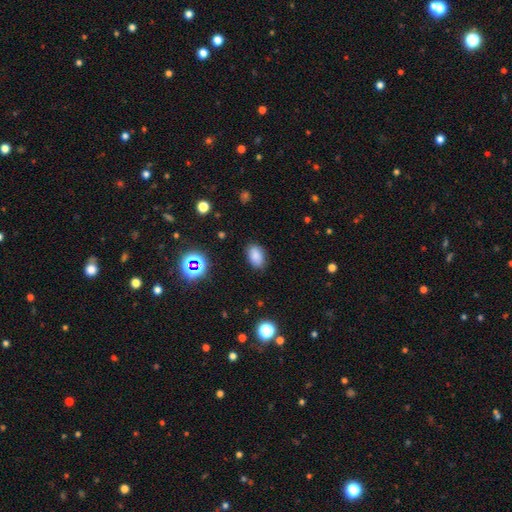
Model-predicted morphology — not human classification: The model was most divided on "smooth or featured": smooth: 82%, star or artifact: 12%, featured or disk: 5%. More confident: how rounded — in between (89%); merging — none (84%).